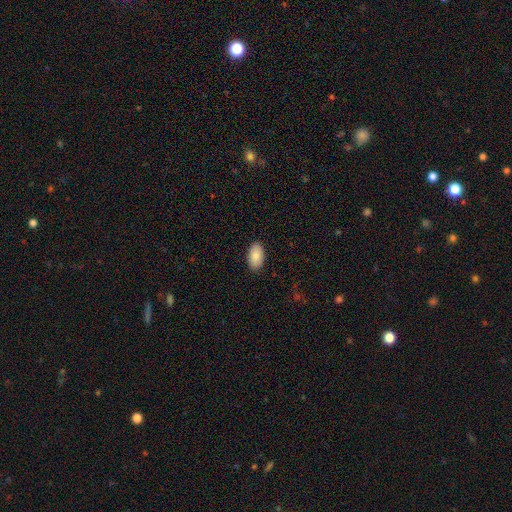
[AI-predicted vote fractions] smooth 88%, star or artifact 6%, featured or disk 6%. Down the decision tree: how rounded — in between (96%); merging — none (89%).